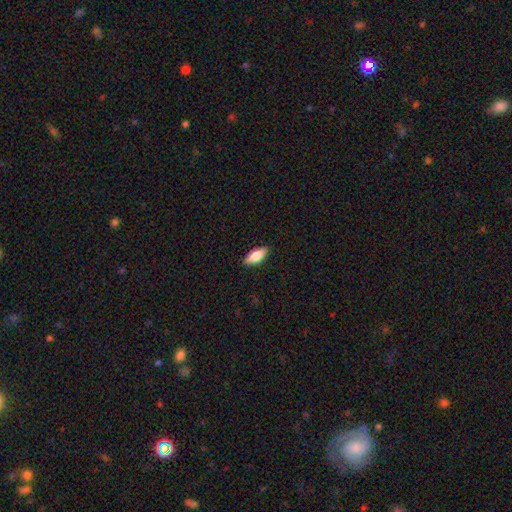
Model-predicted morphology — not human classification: smooth-or-featured: smooth: 80% | featured or disk: 14% | star or artifact: 6%
  how-rounded: in between: 83% | cigar-shaped: 14% | round: 2%
  merging: none: 88% | minor disturbance: 9% | major disturbance: 2% | merger: 1%